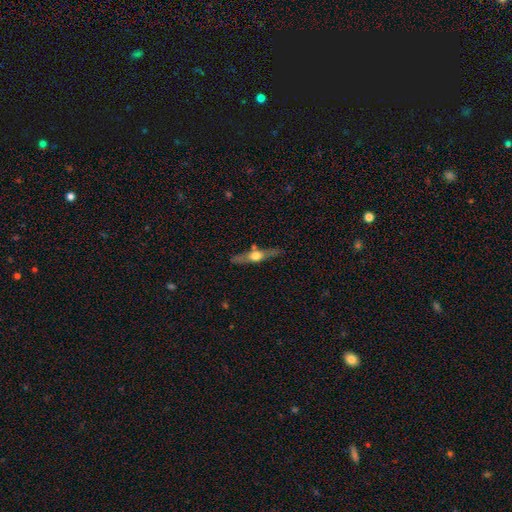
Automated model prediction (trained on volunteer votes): The model was most divided on "smooth or featured": featured or disk: 64%, smooth: 30%, star or artifact: 6%. More confident: edge-on bulge — rounded (95%); edge-on disk — yes (94%); merging — none (82%).